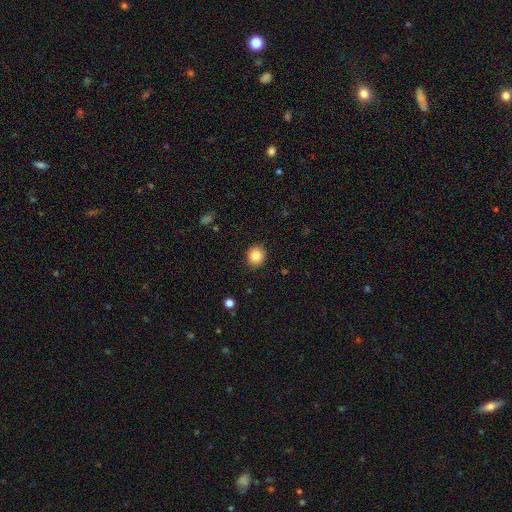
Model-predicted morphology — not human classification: smooth 83%, star or artifact 10%, featured or disk 7%. Down the decision tree: how rounded — round (86%); merging — none (91%).